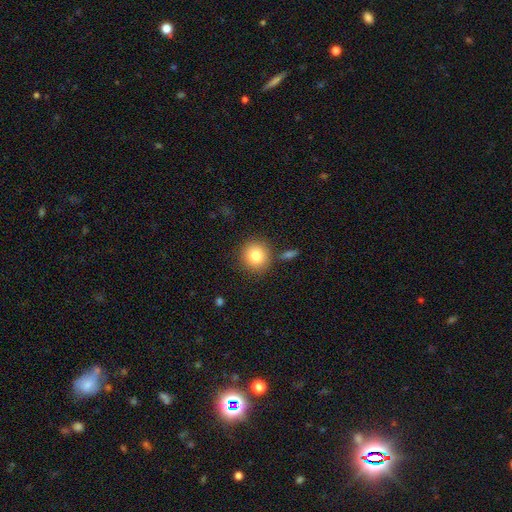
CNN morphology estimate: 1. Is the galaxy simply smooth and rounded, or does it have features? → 83% smooth, 9% star or artifact, 8% featured or disk.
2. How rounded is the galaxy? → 89% round, 10% in between, 1% cigar-shaped.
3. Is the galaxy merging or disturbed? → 83% none, 9% minor disturbance, 5% merger, 3% major disturbance.